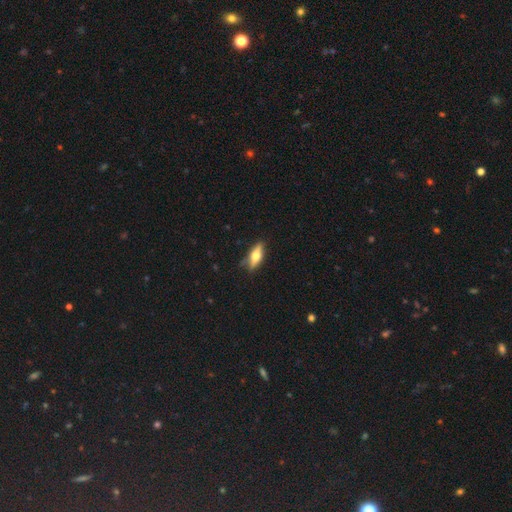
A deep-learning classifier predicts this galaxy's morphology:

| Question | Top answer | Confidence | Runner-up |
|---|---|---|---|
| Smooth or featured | smooth | 52% | featured or disk (41%) |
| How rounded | in between | 55% | cigar-shaped (42%) |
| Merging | none | 75% | minor disturbance (19%) |